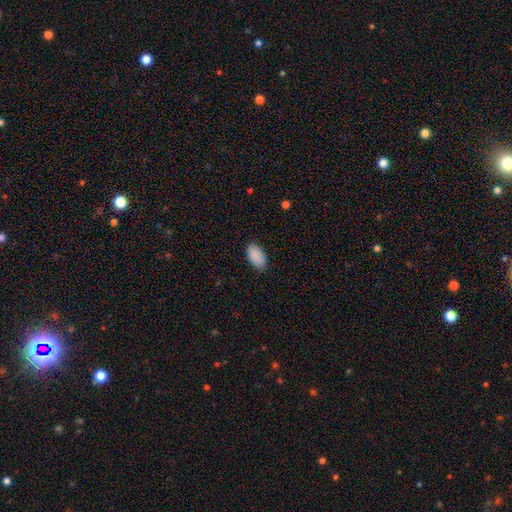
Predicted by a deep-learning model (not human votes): Morphology: type=smooth (90%); roundness=in between (95%); merging=none (83%).